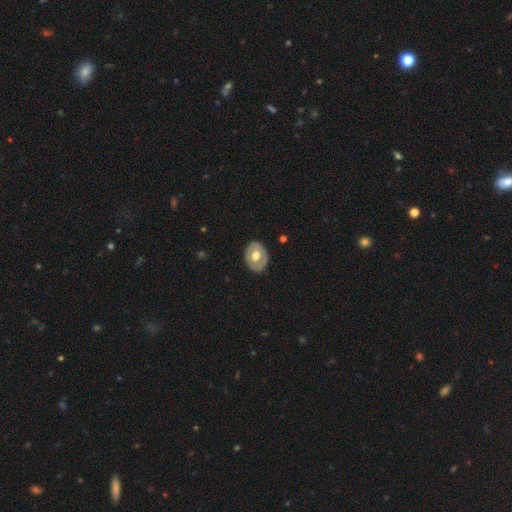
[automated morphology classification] type=featured or disk (49%); merging=none (81%).